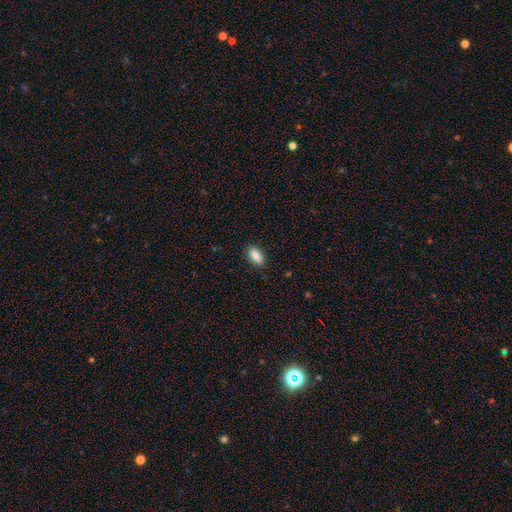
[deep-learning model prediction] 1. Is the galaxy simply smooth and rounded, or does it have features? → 87% smooth, 7% star or artifact, 5% featured or disk.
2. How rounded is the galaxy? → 88% in between, 8% cigar-shaped, 4% round.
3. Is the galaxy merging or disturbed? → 85% none, 11% minor disturbance, 2% major disturbance, 1% merger.